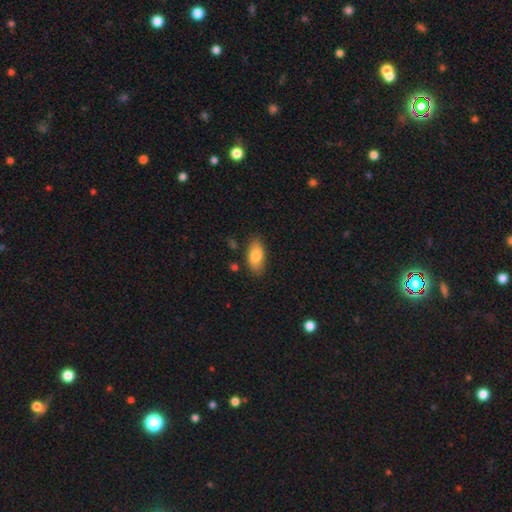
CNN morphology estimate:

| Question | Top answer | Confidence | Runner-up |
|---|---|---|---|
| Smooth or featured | smooth | 80% | featured or disk (13%) |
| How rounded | in between | 91% | cigar-shaped (5%) |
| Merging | none | 82% | minor disturbance (13%) |